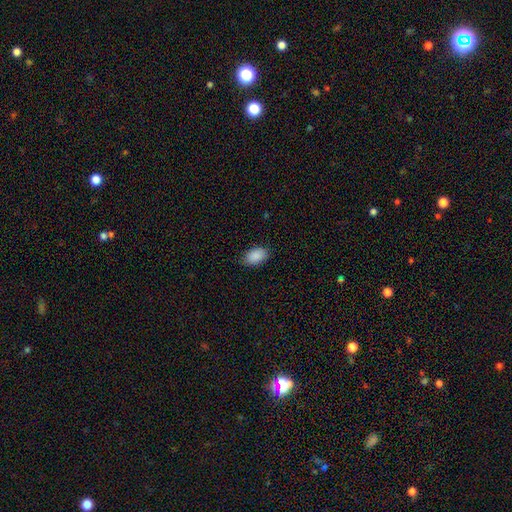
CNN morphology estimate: A smooth galaxy with no disk features (90%) that is in between round and cigar-shaped (92%).

Vote fractions:
- Smooth or featured? smooth: 90% / star or artifact: 7% / featured or disk: 3%
- How rounded? in between: 92% / round: 6% / cigar-shaped: 1%
- Merging? none: 85% / minor disturbance: 12% / major disturbance: 2% / merger: 1%